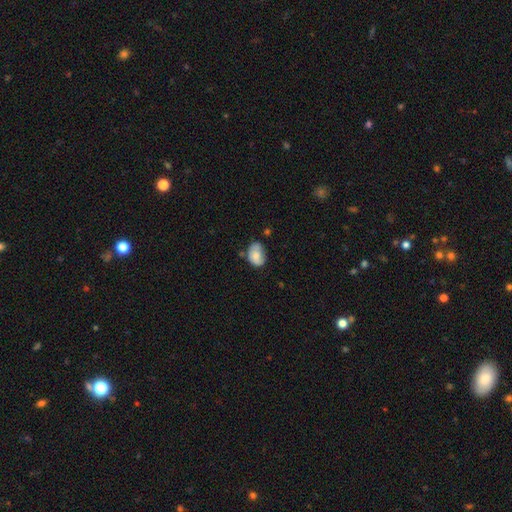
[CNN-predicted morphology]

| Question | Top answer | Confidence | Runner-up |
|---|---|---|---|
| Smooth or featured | smooth | 70% | featured or disk (22%) |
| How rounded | in between | 72% | round (27%) |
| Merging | none | 48% | minor disturbance (37%) |